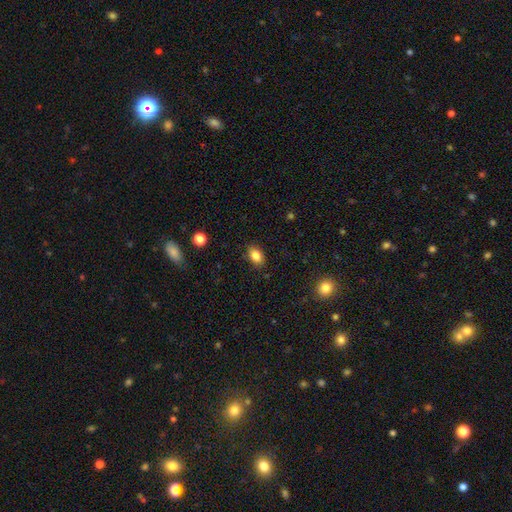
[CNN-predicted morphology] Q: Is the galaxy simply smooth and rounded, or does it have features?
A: smooth — 85%.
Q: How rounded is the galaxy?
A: in between — 83%.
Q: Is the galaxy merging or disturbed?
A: none — 86%.